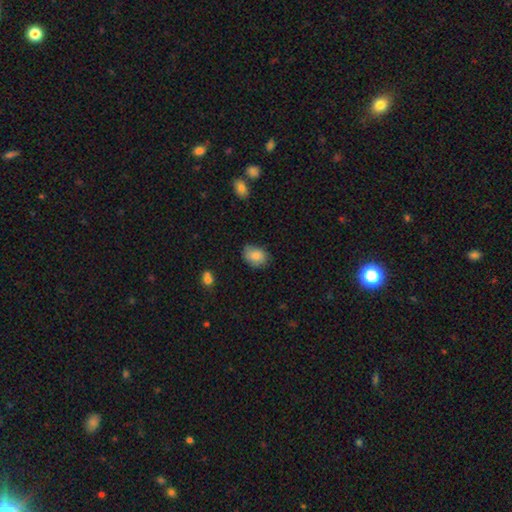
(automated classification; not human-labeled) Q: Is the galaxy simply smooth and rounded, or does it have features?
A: smooth — 82%.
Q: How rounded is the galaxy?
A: in between — 64%.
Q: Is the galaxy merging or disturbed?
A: none — 70%.